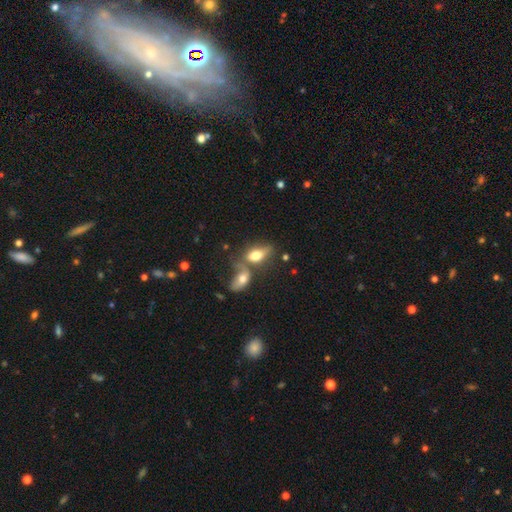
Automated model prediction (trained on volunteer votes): Smooth or featured? Predicted: smooth (p=0.66). How rounded? Predicted: in between (p=0.83). Merging? Predicted: merger (p=0.57).